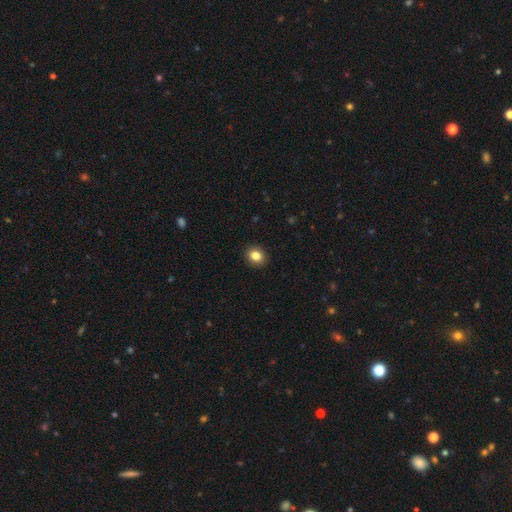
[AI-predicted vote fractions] This appears to be a smooth galaxy with no disk features (84%) that is round (69%). Merging: none (92%).